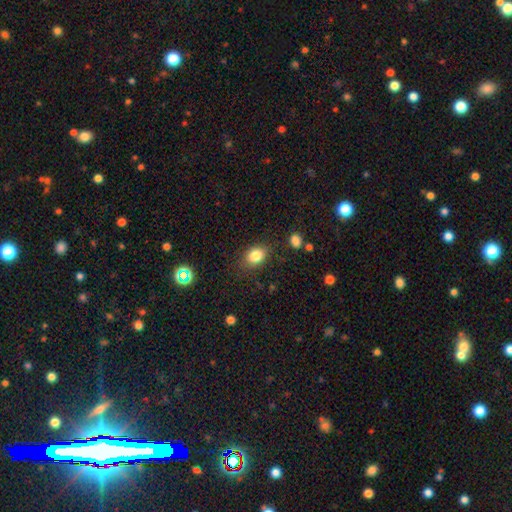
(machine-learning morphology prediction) Smooth or featured? smooth (83%)
How rounded? in between (66%)
Merging? none (81%)